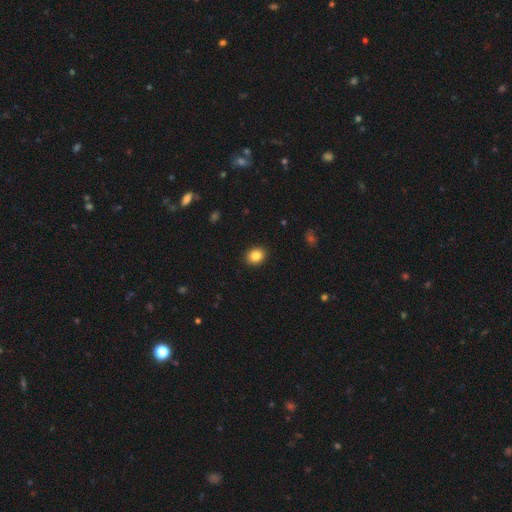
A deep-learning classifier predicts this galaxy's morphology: Smooth or featured: smooth — 85% (star or artifact — 9%)
How rounded: round — 54% (in between — 45%)
Merging: none — 91% (minor disturbance — 6%)